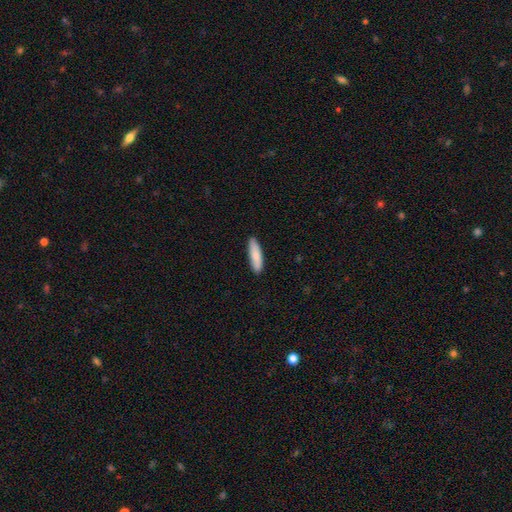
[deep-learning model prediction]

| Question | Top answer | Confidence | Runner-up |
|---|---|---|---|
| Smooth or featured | smooth | 84% | featured or disk (10%) |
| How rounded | cigar-shaped | 63% | in between (35%) |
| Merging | none | 88% | minor disturbance (9%) |